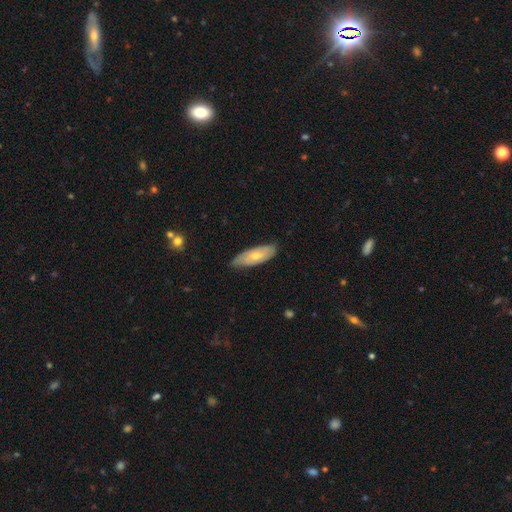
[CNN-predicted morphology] This appears to be a smooth galaxy with no disk features (55%) that is in between round and cigar-shaped (71%). Merging: none (72%).